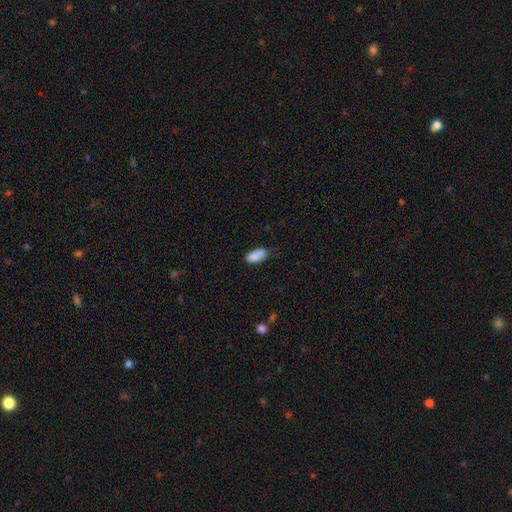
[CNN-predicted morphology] Smooth or featured? Predicted: smooth (p=0.88). How rounded? Predicted: in between (p=0.89). Merging? Predicted: none (p=0.73).